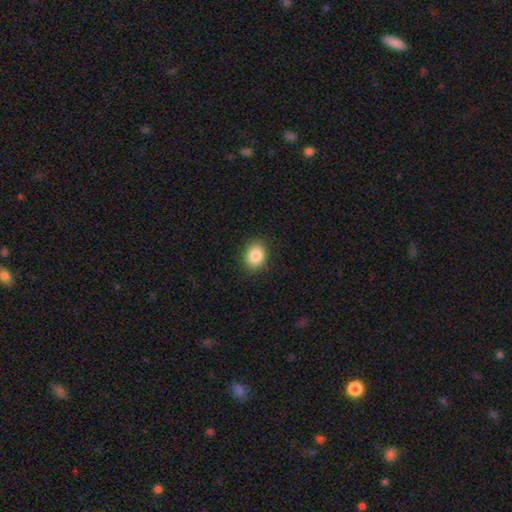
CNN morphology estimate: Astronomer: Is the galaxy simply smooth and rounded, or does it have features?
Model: smooth — 86%.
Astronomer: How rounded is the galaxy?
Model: in between — 58% (runner-up: round, 41%).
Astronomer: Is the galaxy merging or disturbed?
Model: none — 88%.